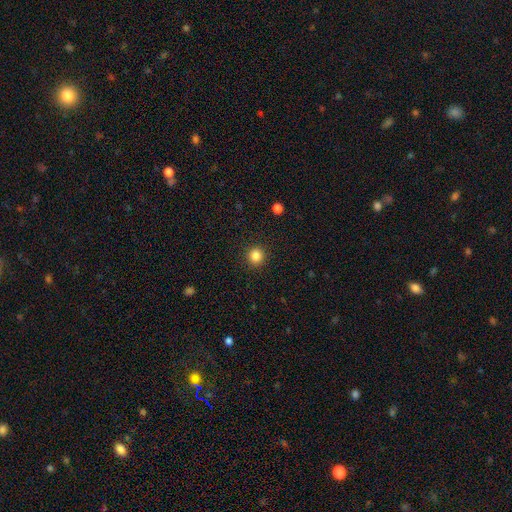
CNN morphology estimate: smooth-or-featured: smooth: 85% | star or artifact: 12% | featured or disk: 4%
  how-rounded: round: 93% | in between: 6% | cigar-shaped: 1%
  merging: none: 92% | minor disturbance: 5% | major disturbance: 2% | merger: 1%